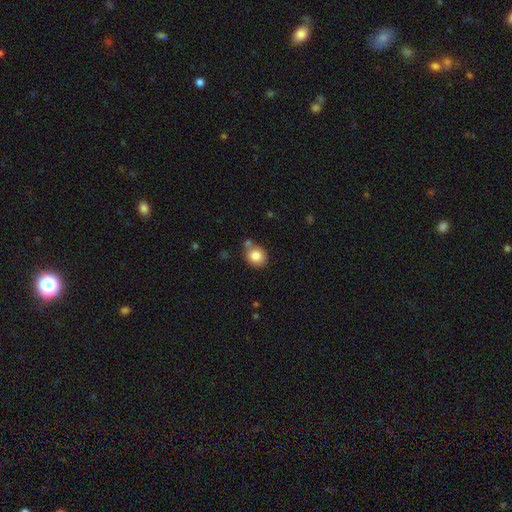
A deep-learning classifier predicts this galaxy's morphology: type=smooth (83%); roundness=round (74%); merging=none (64%).